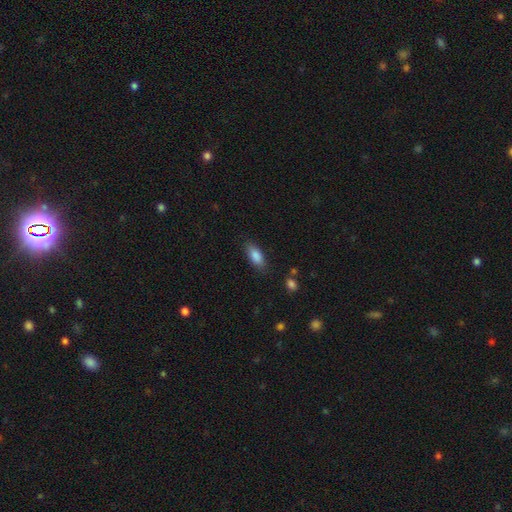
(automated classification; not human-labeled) smooth-or-featured: smooth: 87% | star or artifact: 7% | featured or disk: 6%
  how-rounded: in between: 82% | cigar-shaped: 16% | round: 2%
  merging: none: 82% | minor disturbance: 13% | major disturbance: 3% | merger: 2%